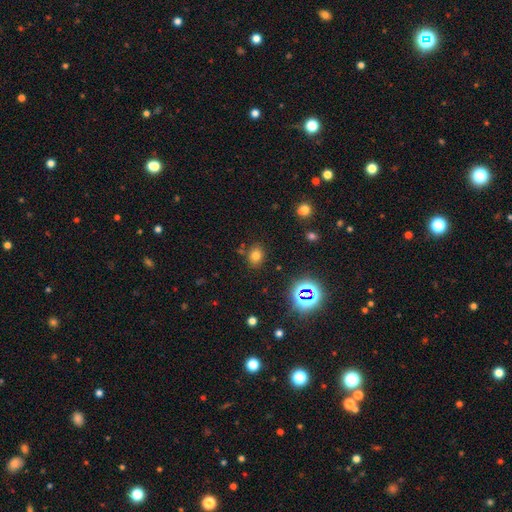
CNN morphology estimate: smooth-or-featured: smooth: 72% | star or artifact: 20% | featured or disk: 8%
  how-rounded: round: 56% | in between: 43% | cigar-shaped: 1%
  merging: none: 82% | minor disturbance: 10% | merger: 5% | major disturbance: 3%